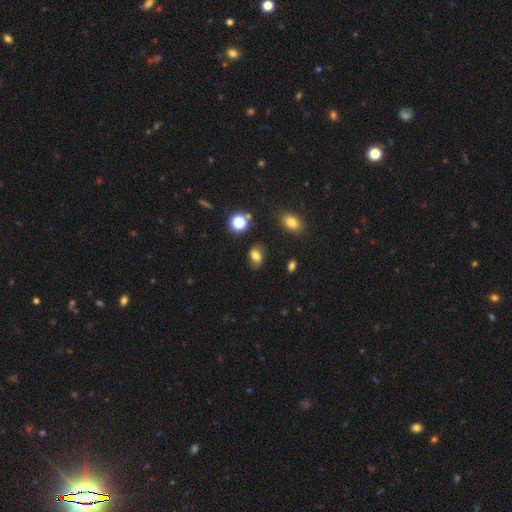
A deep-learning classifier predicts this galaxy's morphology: Smooth or featured: smooth — 72% (star or artifact — 15%)
How rounded: in between — 75% (round — 23%)
Merging: none — 70% (minor disturbance — 20%)